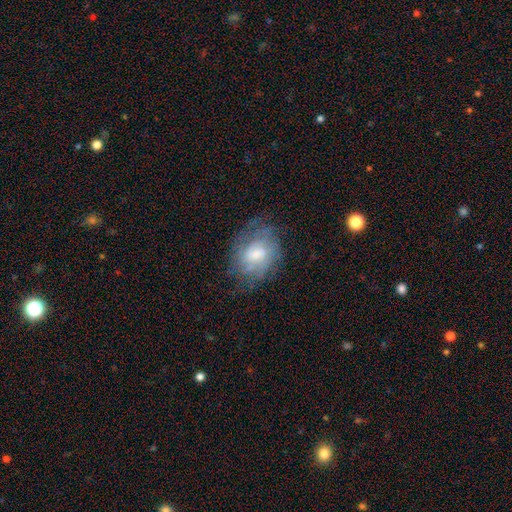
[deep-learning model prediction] A featured or disk galaxy (56%) with no bar (58%), spiral arms (74%) and a moderate central bulge (49%). Merging: none (64%).